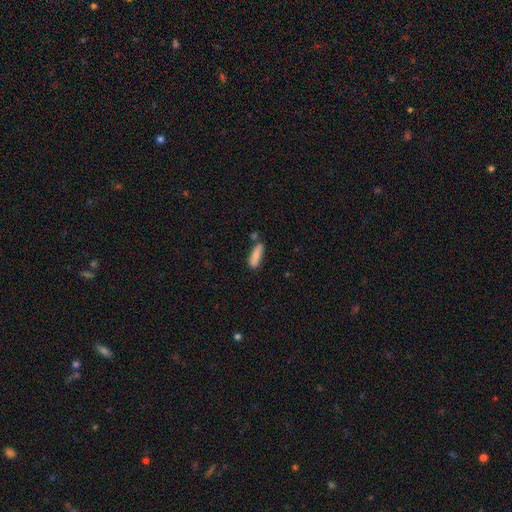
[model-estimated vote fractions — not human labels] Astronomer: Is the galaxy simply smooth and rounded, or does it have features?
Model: smooth — 83%.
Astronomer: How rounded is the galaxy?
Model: cigar-shaped — 51% (runner-up: in between, 47%).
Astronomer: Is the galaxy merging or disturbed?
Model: none — 64%.